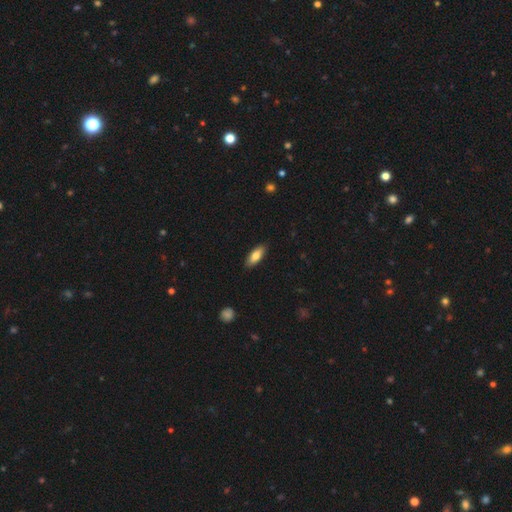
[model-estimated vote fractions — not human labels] smooth-or-featured: smooth: 78% | featured or disk: 15% | star or artifact: 6%
  how-rounded: in between: 73% | cigar-shaped: 25% | round: 2%
  merging: none: 87% | minor disturbance: 10% | major disturbance: 2% | merger: 1%